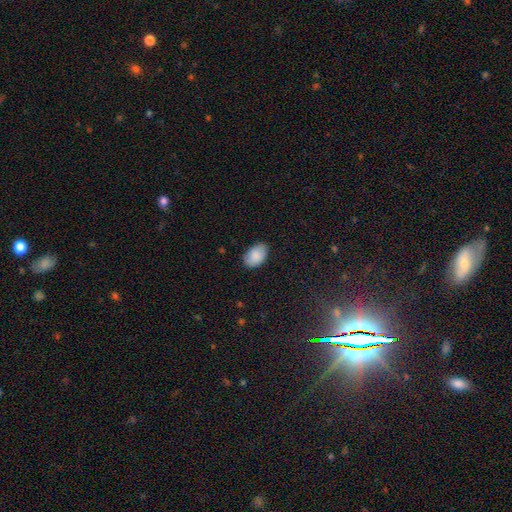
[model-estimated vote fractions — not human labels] The model was most divided on "merging": none: 79%, minor disturbance: 17%, major disturbance: 3%, merger: 1%. More confident: how rounded — in between (90%); smooth or featured — smooth (87%).